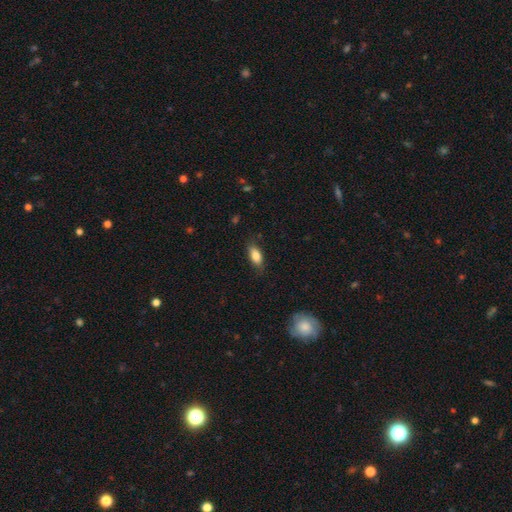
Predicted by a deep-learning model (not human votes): Q: Smooth or featured?
A: smooth (83%); runner-up: featured or disk (9%)
Q: How rounded?
A: in between (86%); runner-up: cigar-shaped (11%)
Q: Merging?
A: none (78%); runner-up: minor disturbance (17%)